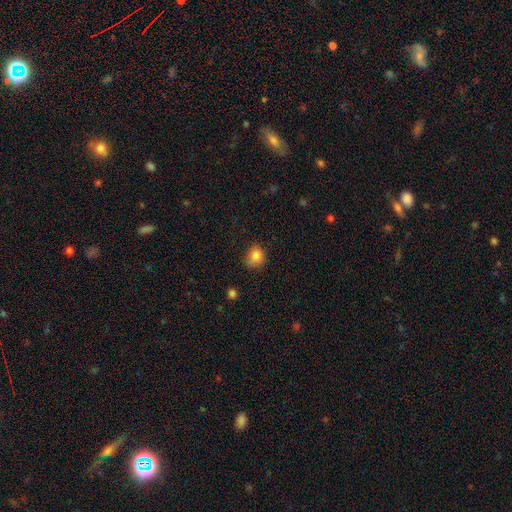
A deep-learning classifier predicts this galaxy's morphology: The model was most divided on "how rounded": round: 64%, in between: 35%, cigar-shaped: 1%. More confident: smooth or featured — smooth (84%); merging — none (65%).